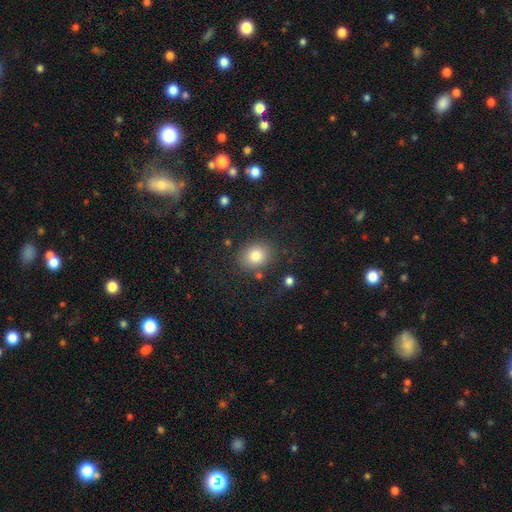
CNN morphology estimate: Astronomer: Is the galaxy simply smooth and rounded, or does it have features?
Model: smooth — 81%.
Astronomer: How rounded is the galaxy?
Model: round — 61% (runner-up: in between, 38%).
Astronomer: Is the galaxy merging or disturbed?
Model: none — 81%.